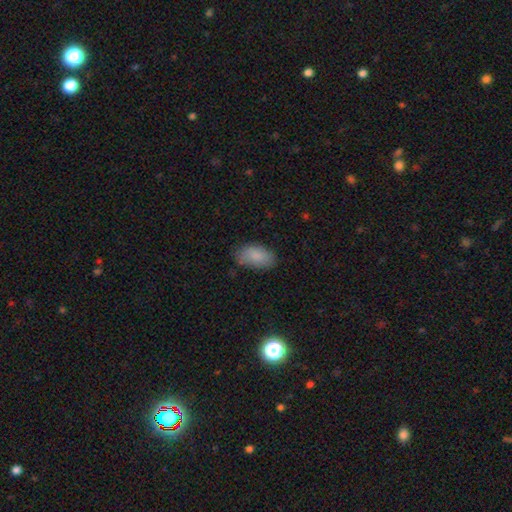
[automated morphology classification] Smooth or featured? smooth (86%)
How rounded? in between (94%)
Merging? none (78%)